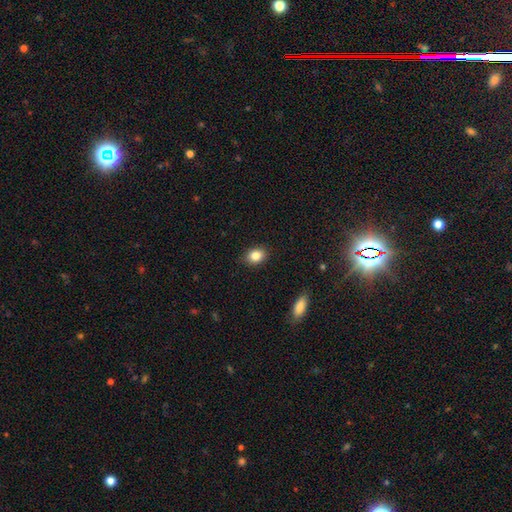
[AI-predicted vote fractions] Q: Smooth or featured?
A: smooth (84%); runner-up: star or artifact (9%)
Q: How rounded?
A: in between (65%); runner-up: round (33%)
Q: Merging?
A: none (87%); runner-up: minor disturbance (10%)